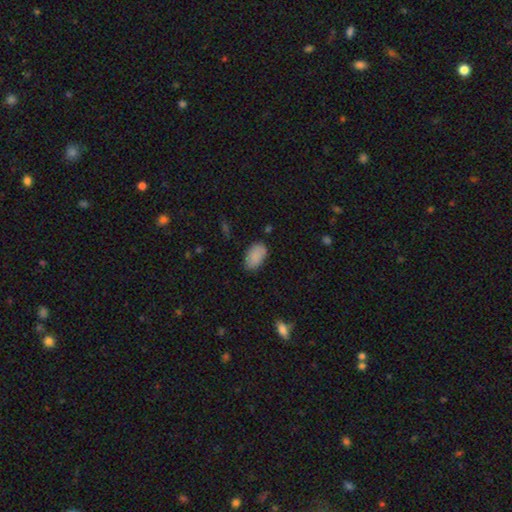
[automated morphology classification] A smooth galaxy with no disk features (86%) that is in between round and cigar-shaped (93%).

Vote fractions:
- Smooth or featured? smooth: 86% / star or artifact: 7% / featured or disk: 7%
- How rounded? in between: 93% / round: 6% / cigar-shaped: 1%
- Merging? none: 81% / minor disturbance: 15% / major disturbance: 3% / merger: 1%